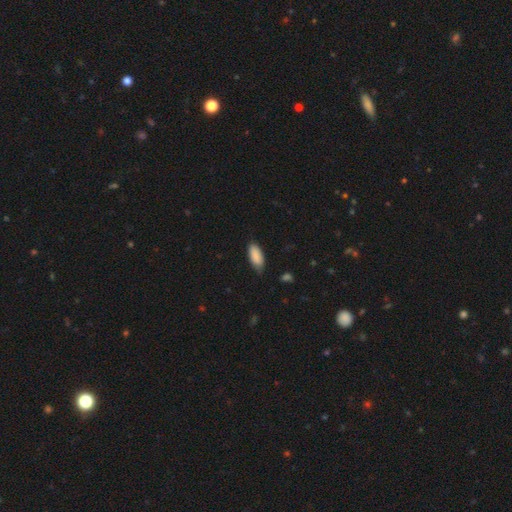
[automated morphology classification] Smooth or featured? smooth (89%)
How rounded? in between (88%)
Merging? none (72%)